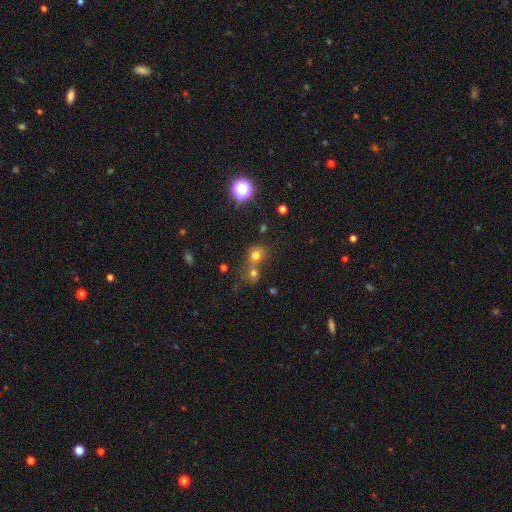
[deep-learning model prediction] Q: Smooth or featured?
A: smooth (70%); runner-up: star or artifact (20%)
Q: How rounded?
A: round (77%); runner-up: in between (22%)
Q: Merging?
A: none (46%); runner-up: merger (42%)